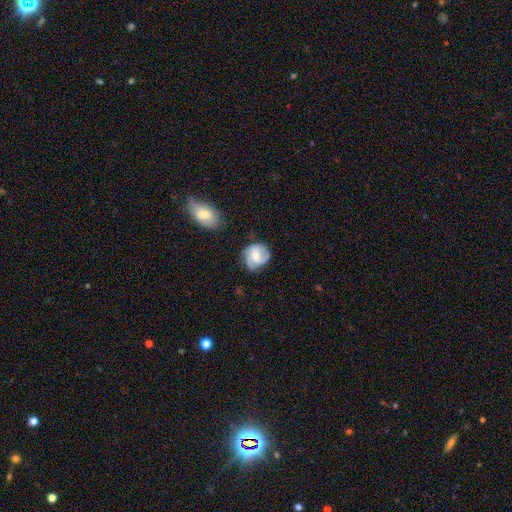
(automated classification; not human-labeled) Smooth or featured?
  - featured or disk: 62% *
  - smooth: 31%
  - star or artifact: 7%
Edge-on disk?
  - no: 97% *
  - yes: 3%
Bar?
  - no: 56% *
  - weak: 36%
  - strong: 8%
Spiral arms?
  - yes: 89% *
  - no: 11%
Spiral winding?
  - tight: 44% *
  - medium: 40%
  - loose: 16%
Spiral arm count?
  - 2: 36% *
  - 3: 32%
  - can't tell: 19%
  - 1: 6%
  - 4: 4%
  - more than 4: 3%
Bulge size?
  - moderate: 59% *
  - small: 35%
  - large: 3%
  - none: 2%
  - dominant: 1%
Merging?
  - none: 63% *
  - minor disturbance: 26%
  - major disturbance: 9%
  - merger: 3%